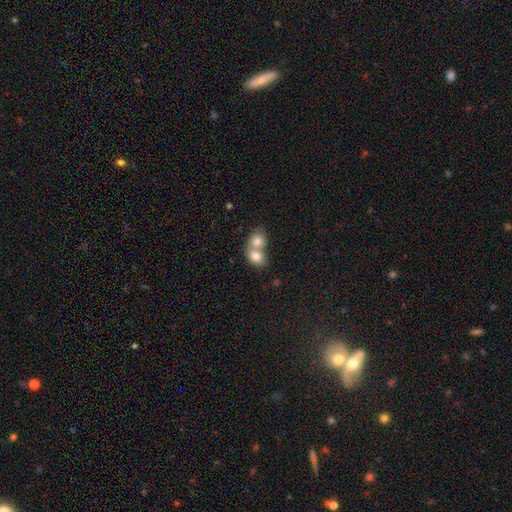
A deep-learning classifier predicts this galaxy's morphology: type=smooth (79%); roundness=in between (50%); merging=merger (74%).